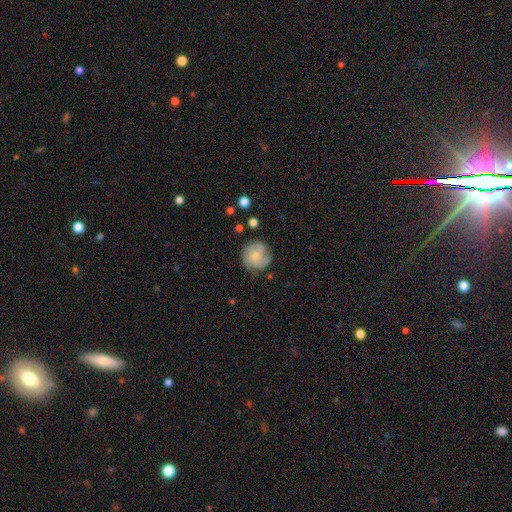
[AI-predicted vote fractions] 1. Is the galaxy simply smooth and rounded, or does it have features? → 56% featured or disk, 36% smooth, 8% star or artifact.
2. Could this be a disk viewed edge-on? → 98% no, 2% yes.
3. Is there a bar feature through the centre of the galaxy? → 78% no, 20% weak, 3% strong.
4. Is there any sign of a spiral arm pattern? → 90% yes, 10% no.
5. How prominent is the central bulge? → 49% small, 28% moderate, 18% none, 4% large, 2% dominant.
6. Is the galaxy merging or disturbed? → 70% none, 21% minor disturbance, 7% major disturbance, 2% merger.